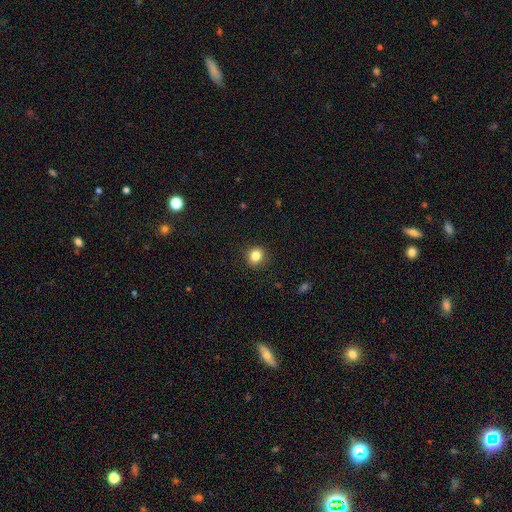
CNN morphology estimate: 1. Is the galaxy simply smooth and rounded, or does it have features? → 83% smooth, 11% star or artifact, 5% featured or disk.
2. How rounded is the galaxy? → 83% round, 16% in between, 1% cigar-shaped.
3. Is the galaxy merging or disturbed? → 91% none, 6% minor disturbance, 2% major disturbance, 1% merger.